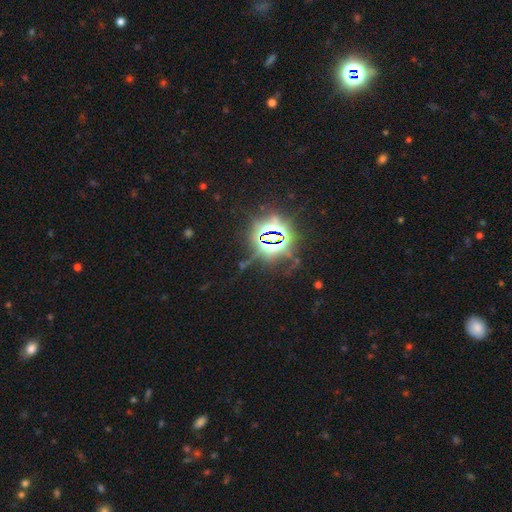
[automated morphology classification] A star or artifact, not a galaxy (84%).

Vote fractions:
- Smooth or featured? star or artifact: 84% / smooth: 10% / featured or disk: 6%